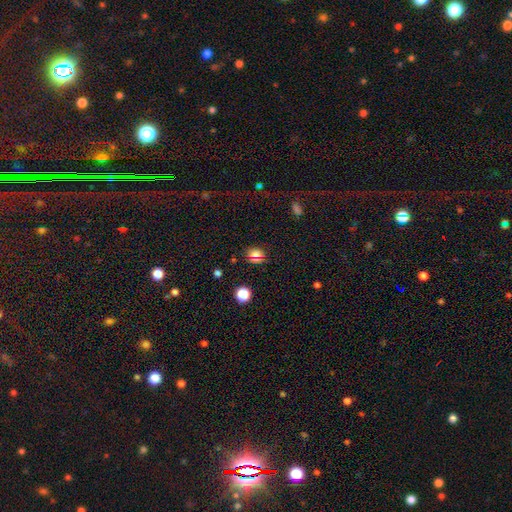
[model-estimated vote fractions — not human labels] Smooth or featured?
  - smooth: 60% *
  - star or artifact: 32%
  - featured or disk: 9%
How rounded?
  - round: 62% *
  - in between: 36%
  - cigar-shaped: 2%
Merging?
  - none: 84% *
  - minor disturbance: 10%
  - major disturbance: 4%
  - merger: 3%